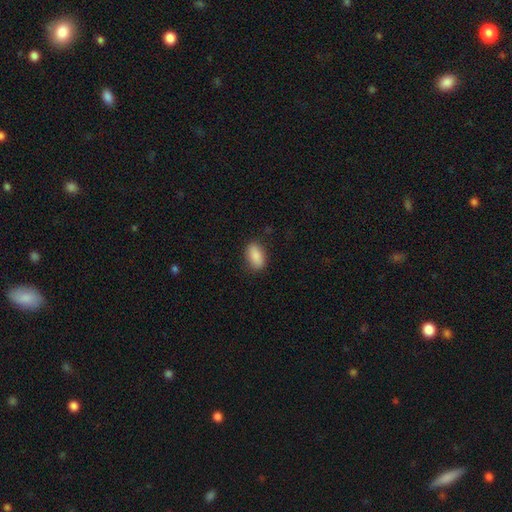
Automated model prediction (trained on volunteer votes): A smooth galaxy with no disk features (88%) that is in between round and cigar-shaped (90%). Merging: none (84%).